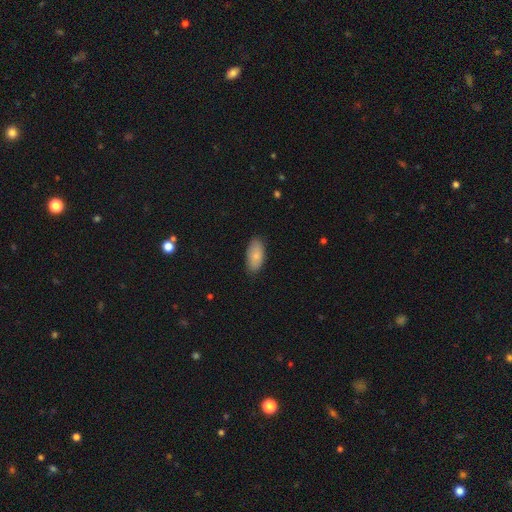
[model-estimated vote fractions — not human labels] Smooth or featured? smooth (82%)
How rounded? in between (92%)
Merging? none (84%)